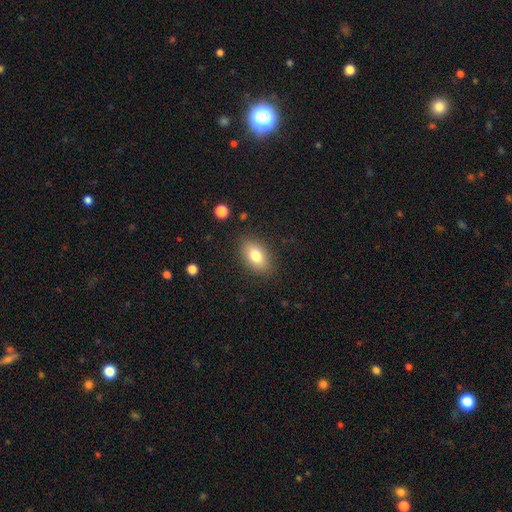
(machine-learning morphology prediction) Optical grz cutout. It shows a smooth galaxy with no disk features (79%) that is in between round and cigar-shaped (89%). Merging: none (85%).